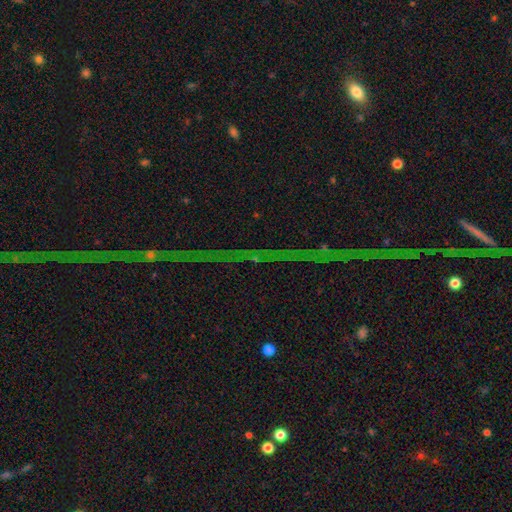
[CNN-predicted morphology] Overall: star or artifact (83%).